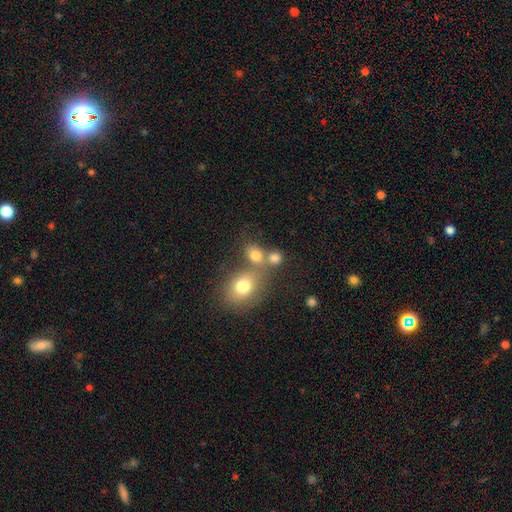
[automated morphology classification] smooth 76%, star or artifact 14%, featured or disk 10%. Down the decision tree: how rounded — round (55%); merging — none (48%).